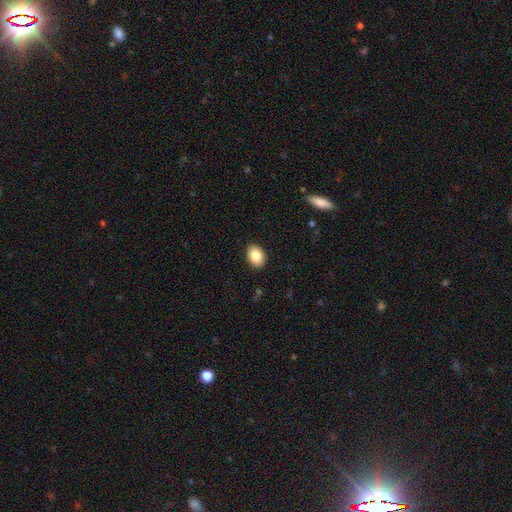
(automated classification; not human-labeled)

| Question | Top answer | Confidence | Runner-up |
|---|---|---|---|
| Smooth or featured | smooth | 86% | star or artifact (8%) |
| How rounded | in between | 80% | round (19%) |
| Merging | none | 90% | minor disturbance (7%) |